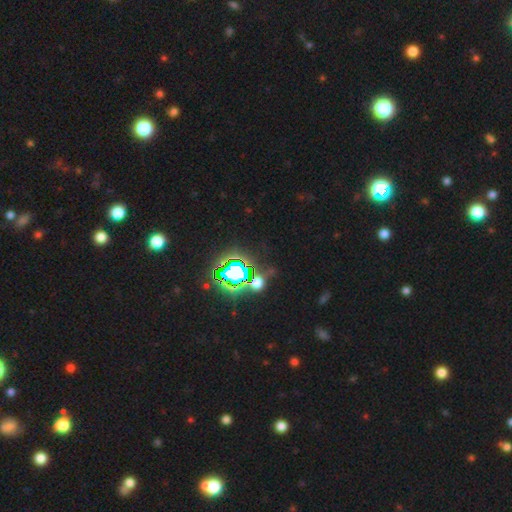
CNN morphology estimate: A star or artifact, not a galaxy (81%).